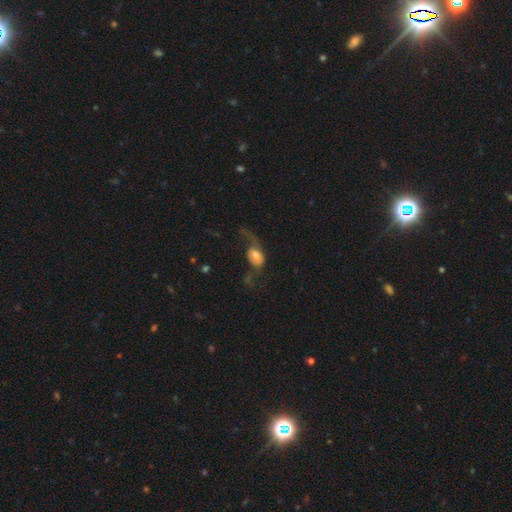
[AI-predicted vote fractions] Smooth or featured?
  - smooth: 50% *
  - featured or disk: 42%
  - star or artifact: 8%
How rounded?
  - in between: 76% *
  - round: 21%
  - cigar-shaped: 3%
Merging?
  - major disturbance: 56% *
  - none: 23%
  - minor disturbance: 16%
  - merger: 5%